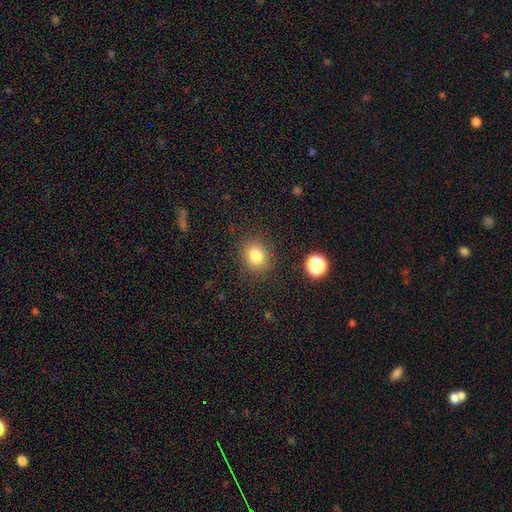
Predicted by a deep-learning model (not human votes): Overall: smooth (81%). How rounded: round (66%; in between 33%). Merging: none (85%).